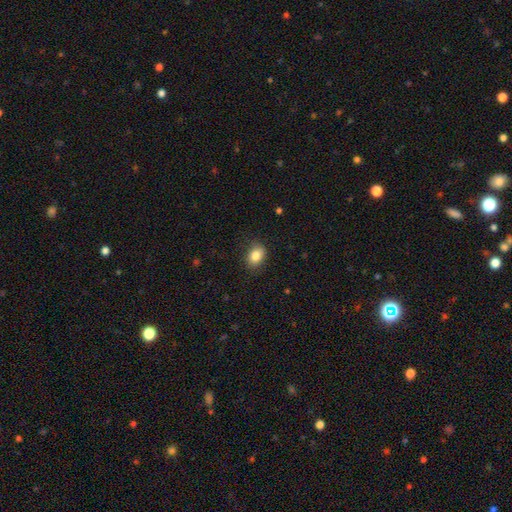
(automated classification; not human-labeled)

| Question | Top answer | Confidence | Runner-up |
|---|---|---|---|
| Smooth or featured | smooth | 85% | star or artifact (9%) |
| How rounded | in between | 68% | round (31%) |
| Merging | none | 84% | minor disturbance (13%) |